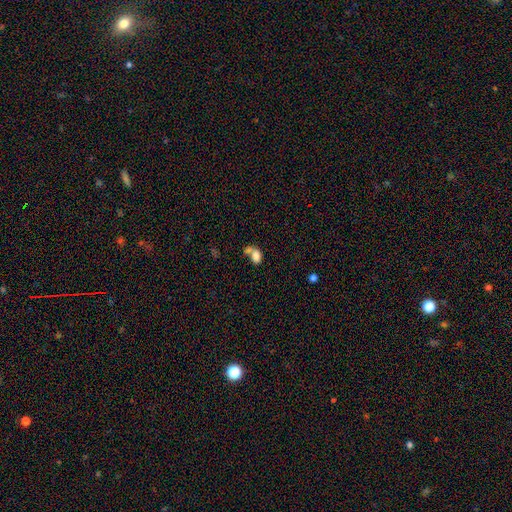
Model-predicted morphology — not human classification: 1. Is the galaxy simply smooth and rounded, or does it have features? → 80% smooth, 11% featured or disk, 10% star or artifact.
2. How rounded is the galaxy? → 83% in between, 15% round, 2% cigar-shaped.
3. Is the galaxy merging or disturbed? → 55% merger, 28% none, 10% minor disturbance, 7% major disturbance.